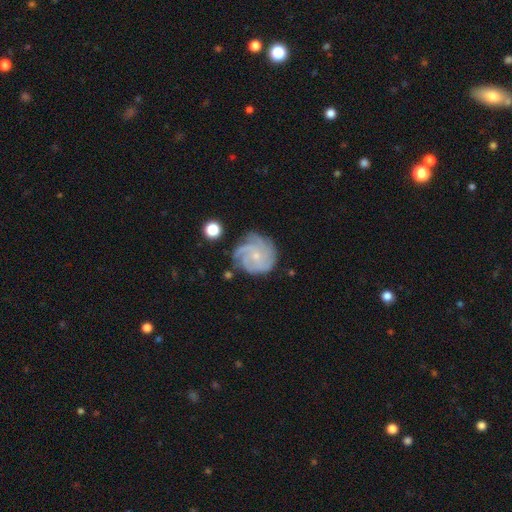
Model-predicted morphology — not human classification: Smooth or featured? Predicted: featured or disk (p=0.83). Edge-on disk? Predicted: no (p=0.98). Bar? Predicted: no (p=0.76). Spiral arms? Predicted: yes (p=0.97). Spiral winding? Predicted: tight (p=0.62). Spiral arm count? Predicted: 4 (p=0.37). Bulge size? Predicted: small (p=0.72). Merging? Predicted: none (p=0.70).